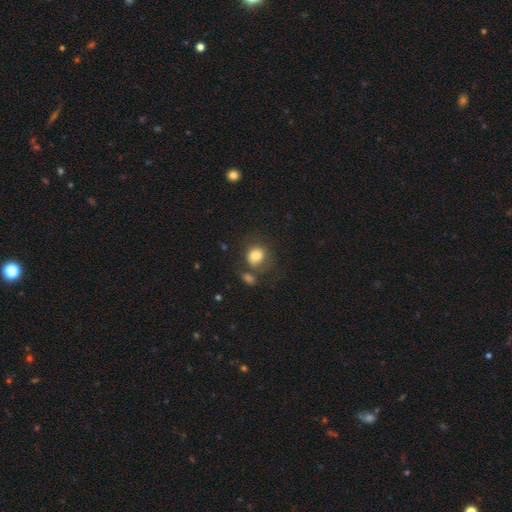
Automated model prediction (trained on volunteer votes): A smooth galaxy with no disk features (82%) that is round (67%).

Vote fractions:
- Smooth or featured? smooth: 82% / featured or disk: 9% / star or artifact: 9%
- How rounded? round: 67% / in between: 32% / cigar-shaped: 1%
- Merging? none: 57% / minor disturbance: 18% / merger: 16% / major disturbance: 10%